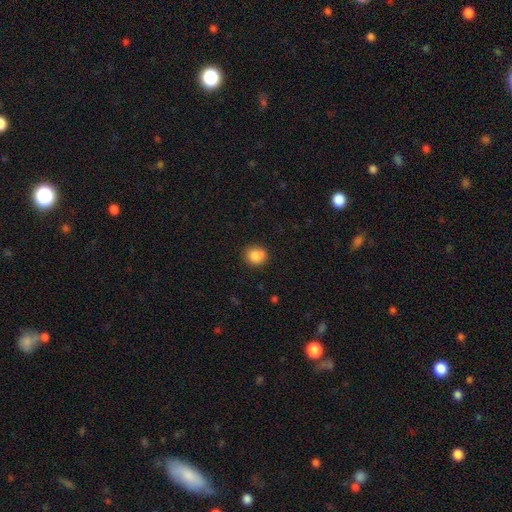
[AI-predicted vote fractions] Q: Smooth or featured?
A: smooth (83%); runner-up: star or artifact (9%)
Q: How rounded?
A: round (79%); runner-up: in between (20%)
Q: Merging?
A: none (68%); runner-up: minor disturbance (16%)